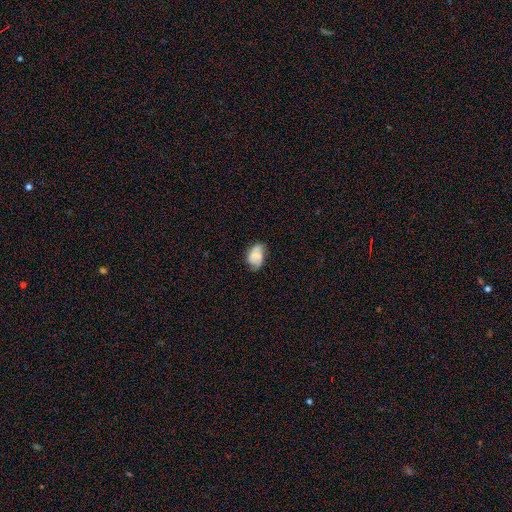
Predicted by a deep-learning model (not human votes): Smooth or featured: smooth — 55% (featured or disk — 36%)
How rounded: in between — 81% (round — 18%)
Merging: none — 56% (minor disturbance — 31%)